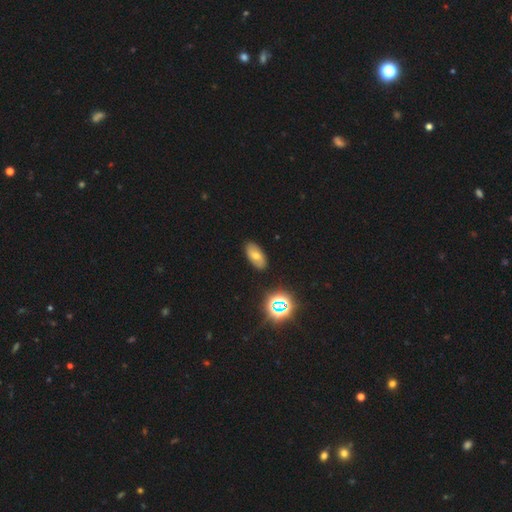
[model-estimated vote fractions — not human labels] This appears to be a smooth galaxy with no disk features (59%) that is in between round and cigar-shaped (91%). Merging: none (87%).